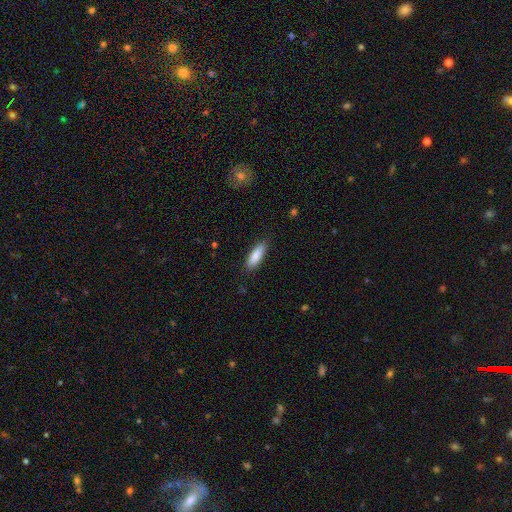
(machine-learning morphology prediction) Overall: smooth (87%). How rounded: in between (53%; cigar-shaped 46%). Merging: none (86%).